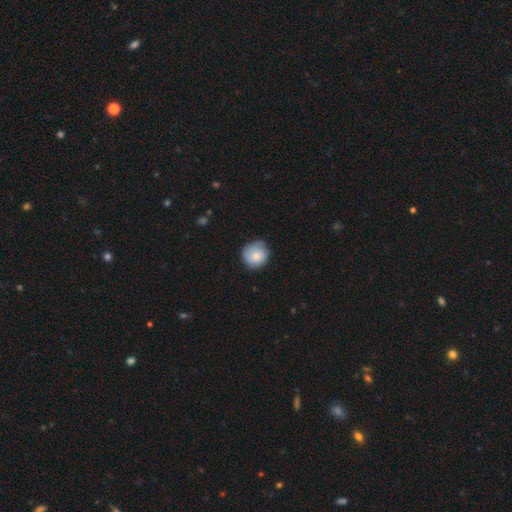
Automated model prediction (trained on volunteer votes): Morphology: type=smooth (68%); roundness=round (86%); merging=none (69%).